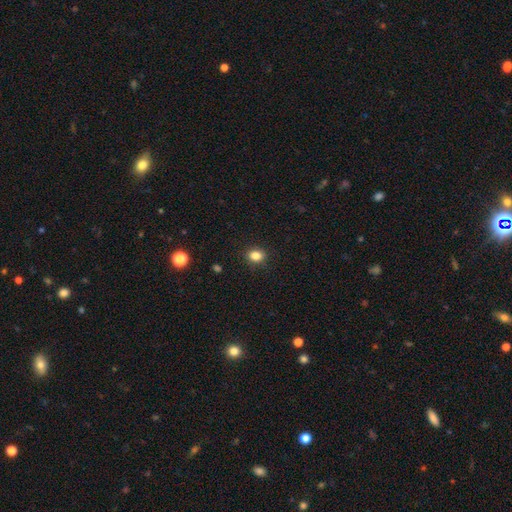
Smooth or featured? smooth (92%)
How rounded? round (50%, tied with in between)
Merging? none (97%)